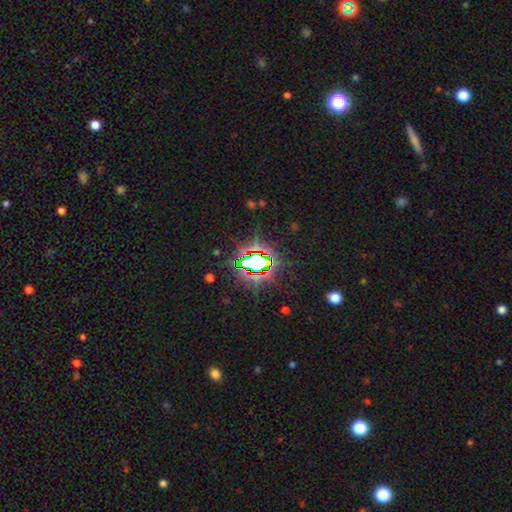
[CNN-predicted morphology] Q: Smooth or featured?
A: star or artifact (77%); runner-up: smooth (13%)